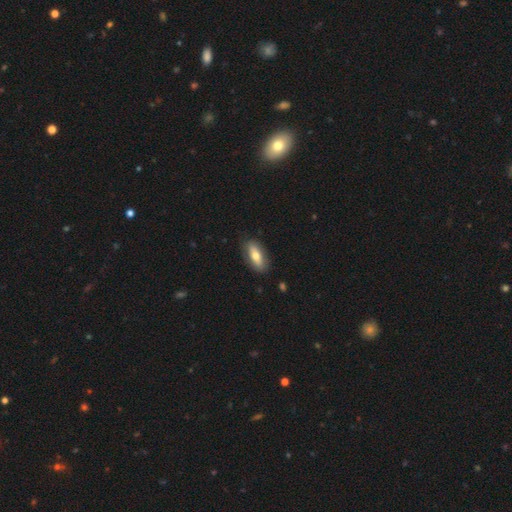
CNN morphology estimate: smooth 65%, featured or disk 29%, star or artifact 6%. Down the decision tree: how rounded — in between (74%); merging — none (84%).